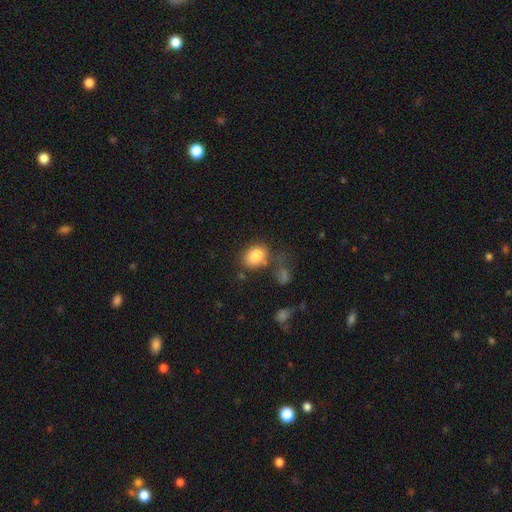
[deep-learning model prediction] Morphology: type=smooth (85%); roundness=in between (59%); merging=none (64%).